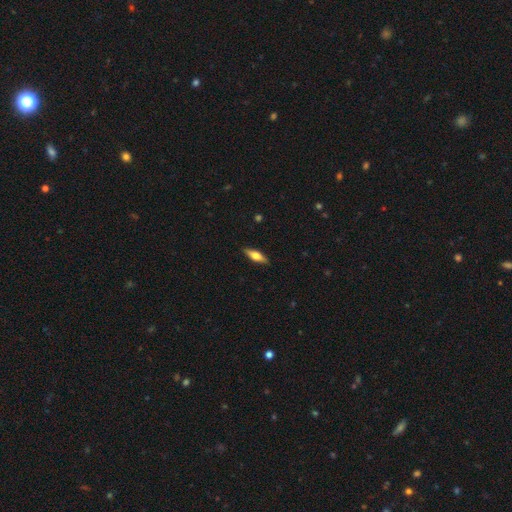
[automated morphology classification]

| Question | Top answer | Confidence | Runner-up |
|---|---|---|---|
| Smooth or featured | featured or disk | 51% | smooth (43%) |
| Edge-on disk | yes | 93% | no (7%) |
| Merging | none | 89% | minor disturbance (8%) |